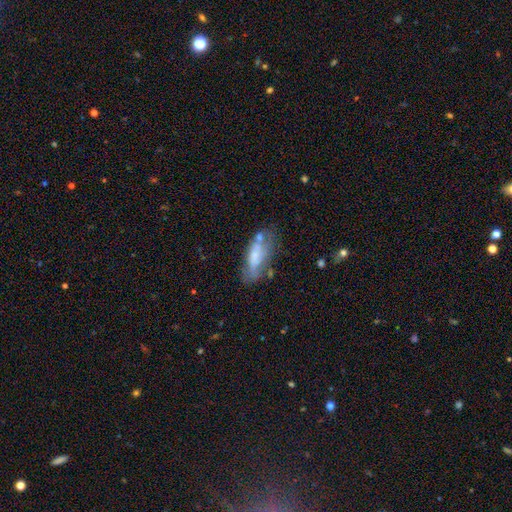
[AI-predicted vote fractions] This is possibly a smooth galaxy (52%). How rounded: likely in between (67%). Merging: marginally none (41%).